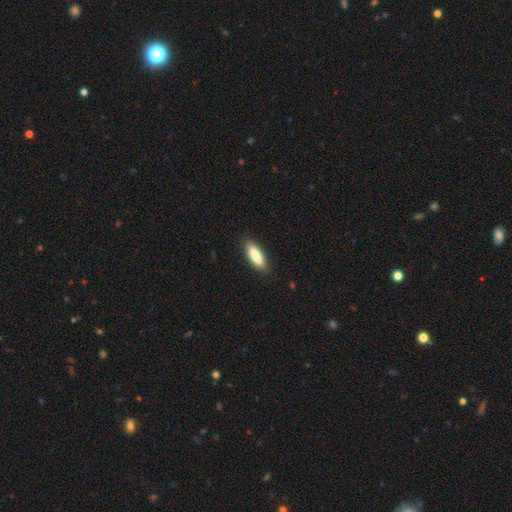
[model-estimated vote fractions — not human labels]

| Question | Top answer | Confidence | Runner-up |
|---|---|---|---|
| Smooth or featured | smooth | 85% | featured or disk (9%) |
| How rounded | in between | 54% | cigar-shaped (44%) |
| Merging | none | 87% | minor disturbance (10%) |